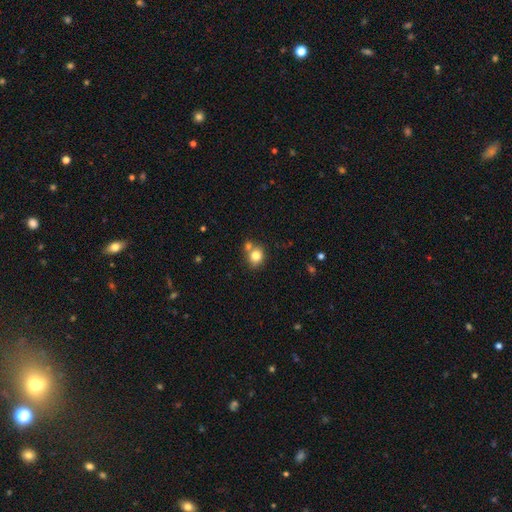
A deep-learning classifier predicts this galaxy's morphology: Overall: smooth (80%). How rounded: round (72%). Merging: none (58%; merger 27%).